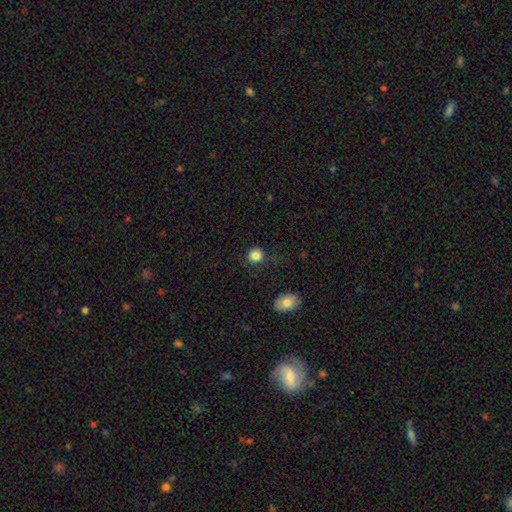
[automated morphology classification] Smooth or featured? Predicted: smooth (p=0.85). How rounded? Predicted: round (p=0.85). Merging? Predicted: none (p=0.79).